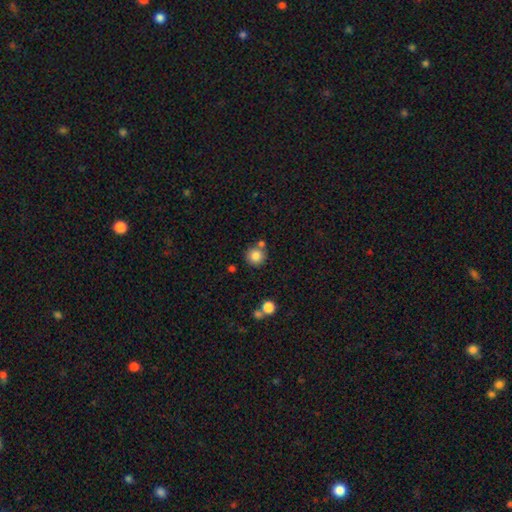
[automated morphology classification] Smooth or featured?
  - smooth: 83% *
  - star or artifact: 11%
  - featured or disk: 7%
How rounded?
  - round: 94% *
  - in between: 5%
  - cigar-shaped: 1%
Merging?
  - none: 73% *
  - merger: 15%
  - minor disturbance: 9%
  - major disturbance: 3%